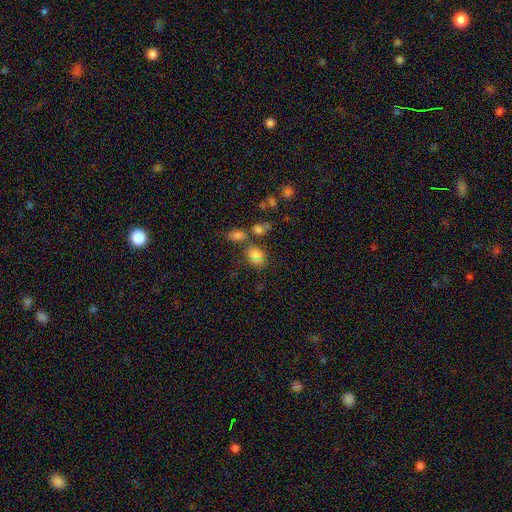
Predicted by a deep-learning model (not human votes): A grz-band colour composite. It shows a smooth galaxy with no disk features (73%) that is in between round and cigar-shaped (60%). Merging: none (48%).